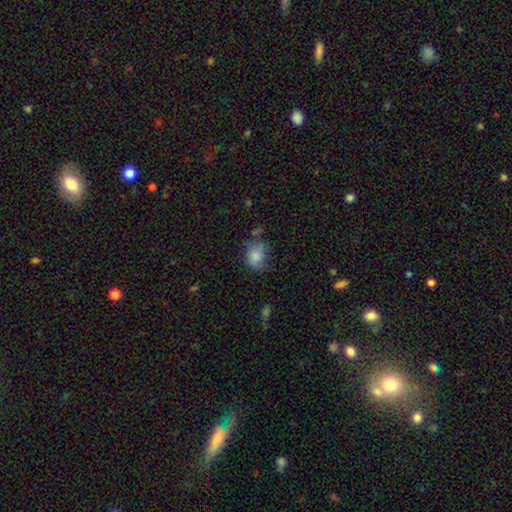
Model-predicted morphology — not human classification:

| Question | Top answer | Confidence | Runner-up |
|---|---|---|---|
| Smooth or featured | smooth | 79% | featured or disk (12%) |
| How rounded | in between | 59% | round (40%) |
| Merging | none | 49% | minor disturbance (30%) |